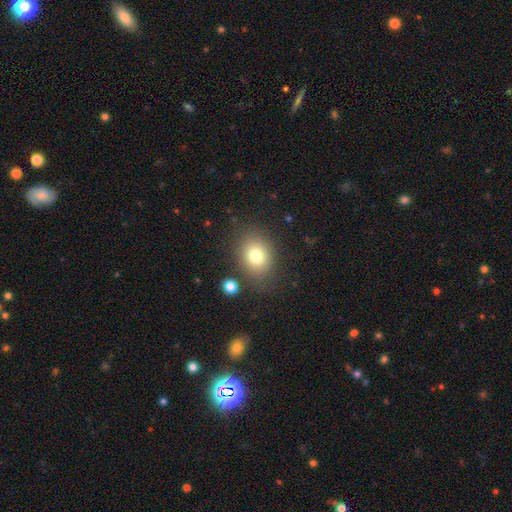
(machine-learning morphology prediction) The model was most divided on "how rounded": in between: 52%, round: 47%, cigar-shaped: 1%. More confident: smooth or featured — smooth (78%); merging — none (77%).